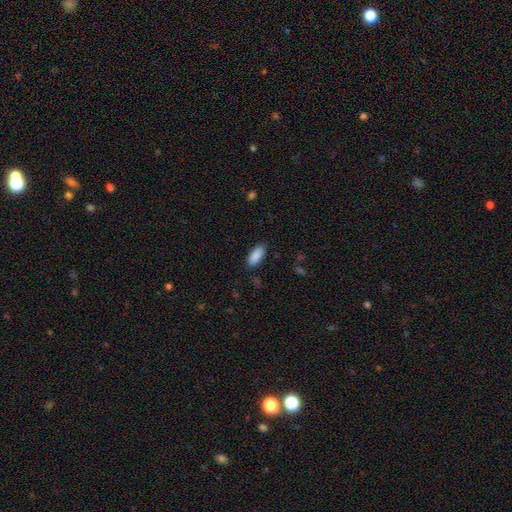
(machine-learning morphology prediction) Smooth or featured?
  - smooth: 90% *
  - star or artifact: 7%
  - featured or disk: 4%
How rounded?
  - in between: 86% *
  - cigar-shaped: 13%
  - round: 2%
Merging?
  - none: 86% *
  - minor disturbance: 11%
  - major disturbance: 2%
  - merger: 1%